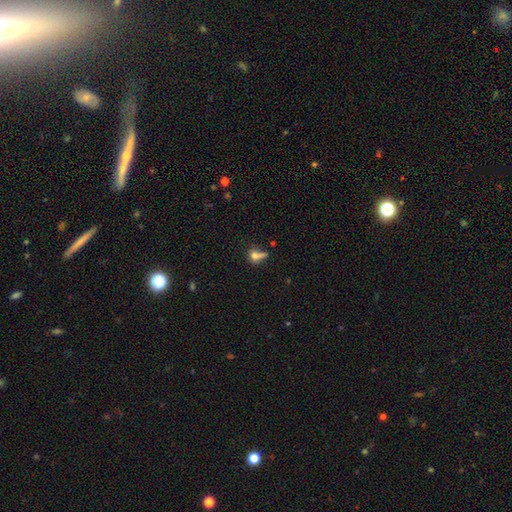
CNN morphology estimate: Smooth or featured: smooth — 66% (star or artifact — 17%)
How rounded: round — 55% (in between — 35%)
Merging: none — 39% (merger — 25%)